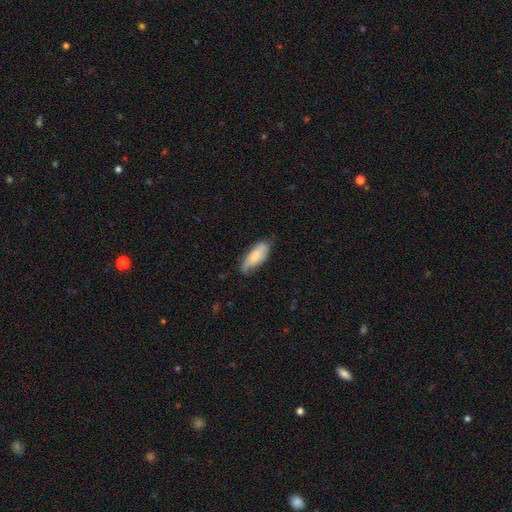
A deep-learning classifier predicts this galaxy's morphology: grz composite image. It shows a smooth galaxy with no disk features (71%) that is in between round and cigar-shaped (78%). Merging: none (56%).